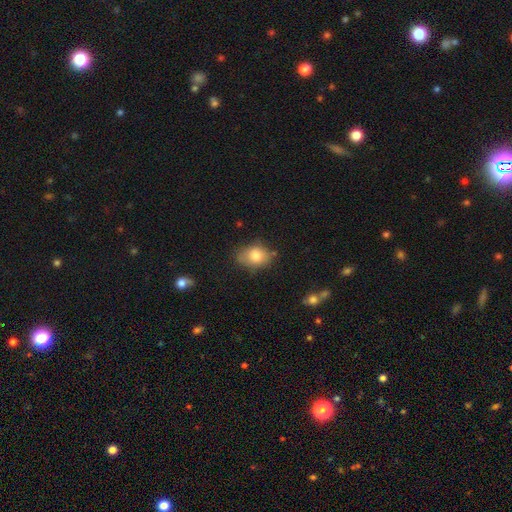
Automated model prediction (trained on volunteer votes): Smooth or featured? Predicted: smooth (p=0.80). How rounded? Predicted: in between (p=0.70). Merging? Predicted: none (p=0.65).